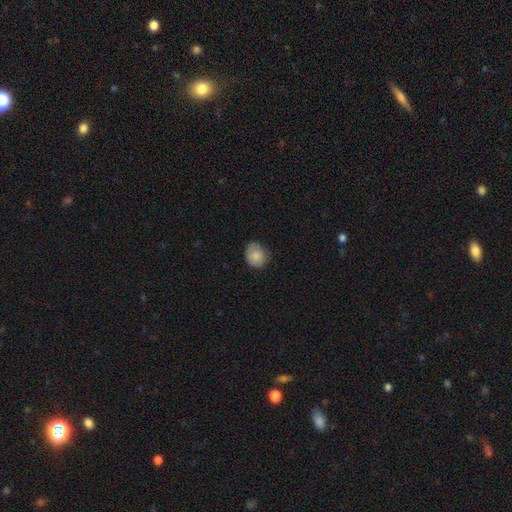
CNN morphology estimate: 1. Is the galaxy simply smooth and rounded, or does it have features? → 83% smooth, 10% featured or disk, 8% star or artifact.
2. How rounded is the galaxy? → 70% round, 29% in between, 1% cigar-shaped.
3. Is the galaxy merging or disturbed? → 71% none, 24% minor disturbance, 4% major disturbance, 1% merger.